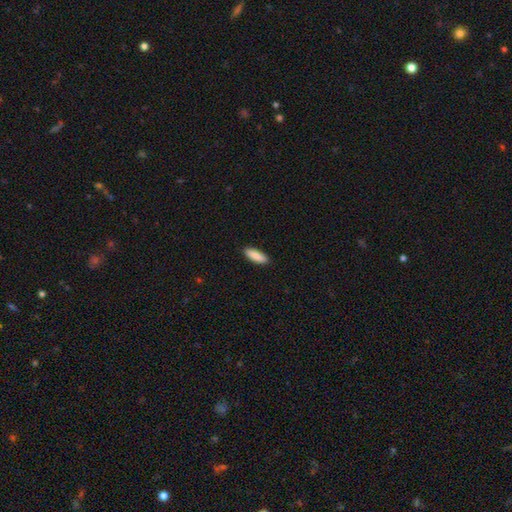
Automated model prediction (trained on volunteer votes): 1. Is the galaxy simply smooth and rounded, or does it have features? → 89% smooth, 6% featured or disk, 6% star or artifact.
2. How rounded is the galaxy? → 61% in between, 37% cigar-shaped, 2% round.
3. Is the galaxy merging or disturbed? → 91% none, 7% minor disturbance, 1% major disturbance, 1% merger.